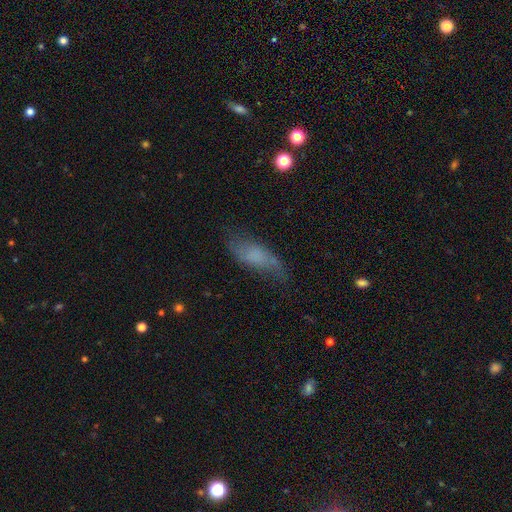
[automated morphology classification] A smooth galaxy with no disk features (52%) that is in between round and cigar-shaped (69%). Merging: none (59%).